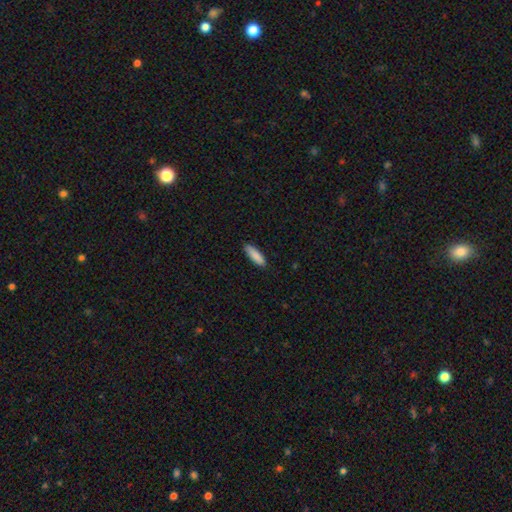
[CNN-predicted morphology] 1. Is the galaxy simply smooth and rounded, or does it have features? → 89% smooth, 6% star or artifact, 6% featured or disk.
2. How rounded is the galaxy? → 56% cigar-shaped, 42% in between, 1% round.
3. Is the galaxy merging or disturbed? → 87% none, 10% minor disturbance, 2% major disturbance, 1% merger.